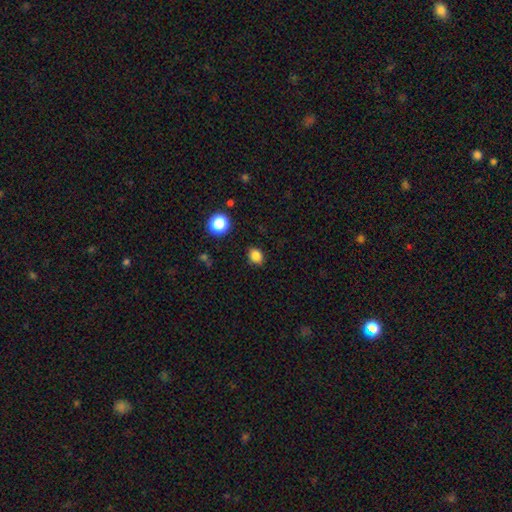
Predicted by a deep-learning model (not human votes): smooth 84%, star or artifact 12%, featured or disk 4%. Down the decision tree: how rounded — in between (50%); merging — none (86%).